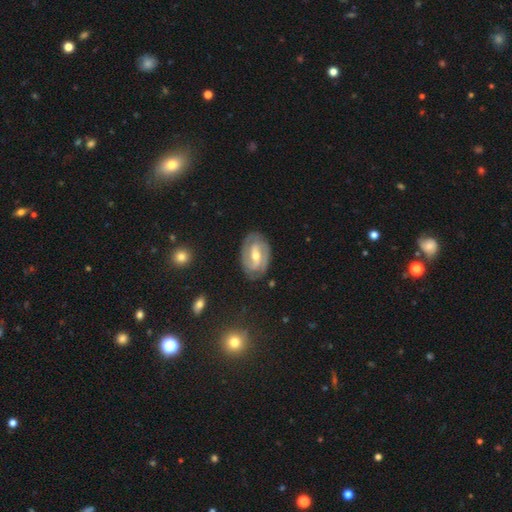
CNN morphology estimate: Smooth or featured: featured or disk — 83% (smooth — 12%)
Edge-on disk: no — 96% (yes — 4%)
Bar: strong — 46% (weak — 39%)
Spiral arms: yes — 90% (no — 10%)
Spiral winding: tight — 48% (medium — 40%)
Spiral arm count: 2 — 81% (can't tell — 9%)
Bulge size: moderate — 64% (small — 31%)
Merging: none — 81% (minor disturbance — 14%)